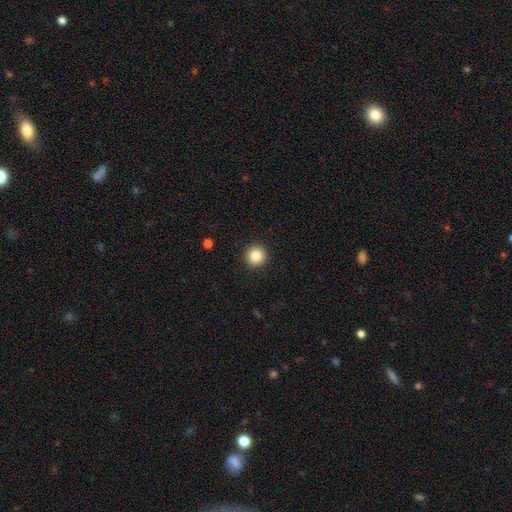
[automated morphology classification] Smooth or featured?
  - smooth: 86% *
  - star or artifact: 10%
  - featured or disk: 5%
How rounded?
  - round: 95% *
  - in between: 4%
  - cigar-shaped: 1%
Merging?
  - none: 92% *
  - minor disturbance: 5%
  - major disturbance: 2%
  - merger: 1%